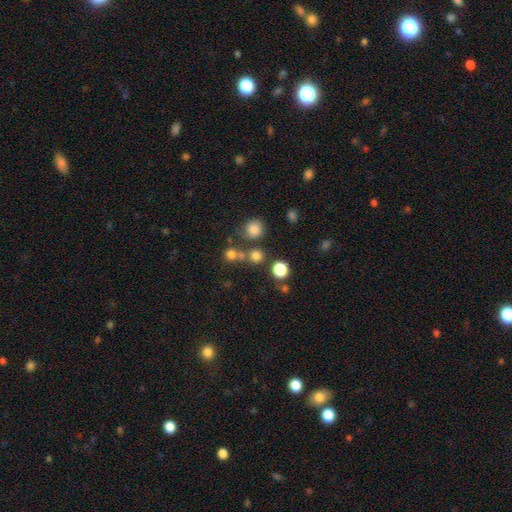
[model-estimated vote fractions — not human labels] Q: Smooth or featured?
A: smooth (74%); runner-up: star or artifact (19%)
Q: How rounded?
A: round (90%); runner-up: in between (9%)
Q: Merging?
A: none (67%); runner-up: merger (22%)